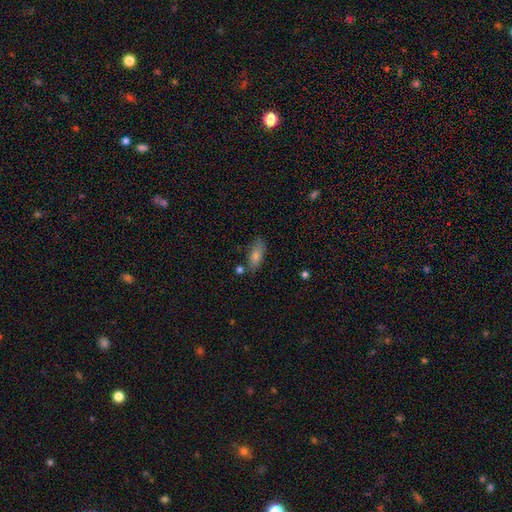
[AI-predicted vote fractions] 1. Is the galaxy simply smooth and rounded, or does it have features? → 73% smooth, 17% featured or disk, 10% star or artifact.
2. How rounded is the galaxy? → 75% in between, 22% cigar-shaped, 4% round.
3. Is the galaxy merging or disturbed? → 74% none, 17% minor disturbance, 6% merger, 4% major disturbance.